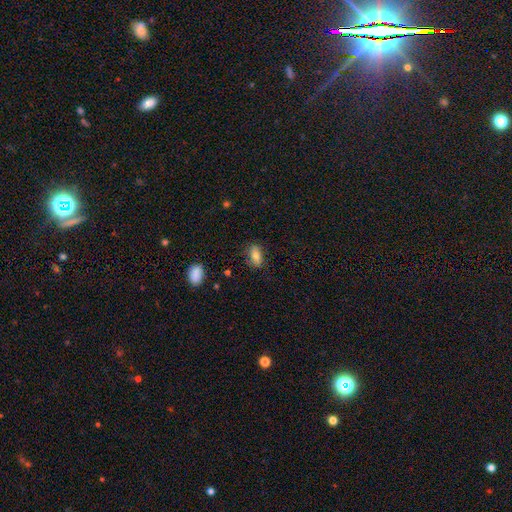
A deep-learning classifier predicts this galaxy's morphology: Smooth or featured? Predicted: smooth (p=0.80). How rounded? Predicted: in between (p=0.88). Merging? Predicted: none (p=0.80).